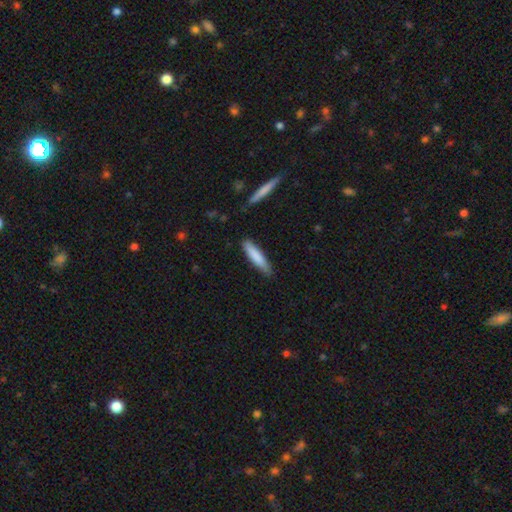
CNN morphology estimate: A smooth galaxy with no disk features (81%) that is cigar-shaped (84%). Merging: none (83%).